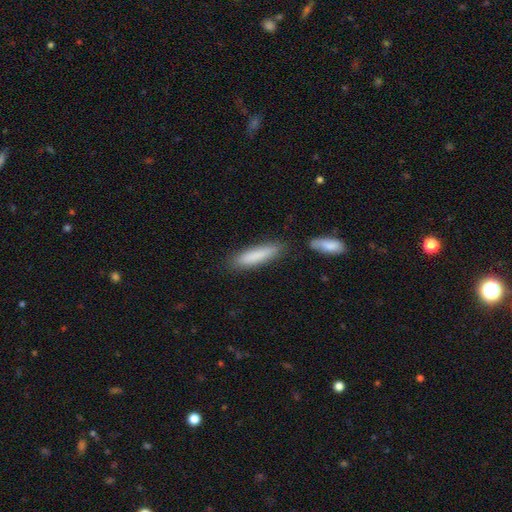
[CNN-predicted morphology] The model was most divided on "how rounded": cigar-shaped: 79%, in between: 19%, round: 1%. More confident: smooth or featured — smooth (83%); merging — none (78%).